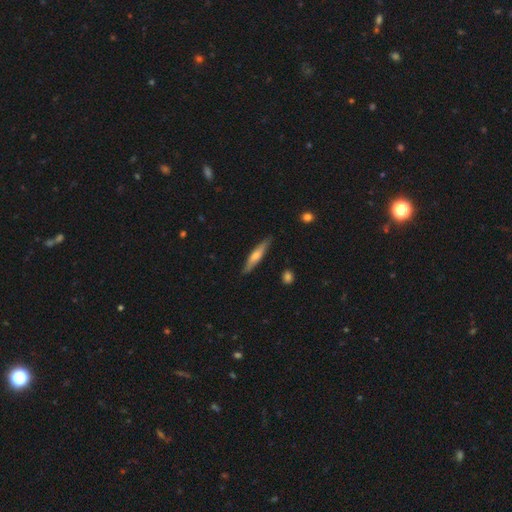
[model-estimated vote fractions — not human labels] A smooth galaxy with no disk features (52%) that is cigar-shaped (86%). Merging: none (86%).